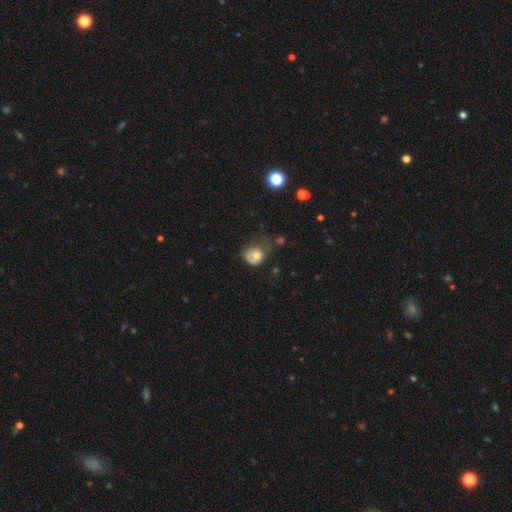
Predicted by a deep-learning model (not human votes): A smooth galaxy with no disk features (71%) that is round (60%). Merging: minor disturbance (34%).